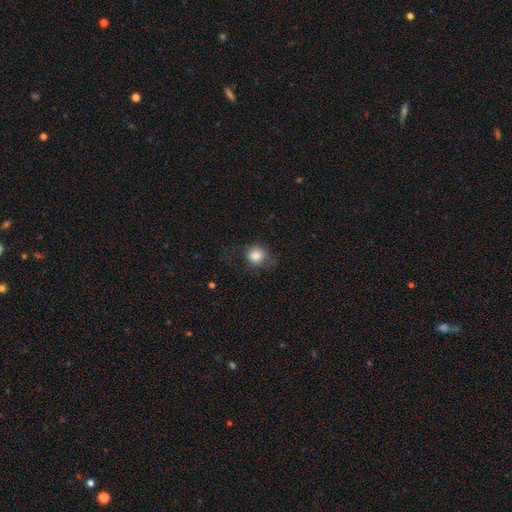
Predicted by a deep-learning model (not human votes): Q: Smooth or featured?
A: smooth (83%); runner-up: star or artifact (10%)
Q: How rounded?
A: round (80%); runner-up: in between (19%)
Q: Merging?
A: none (69%); runner-up: minor disturbance (20%)